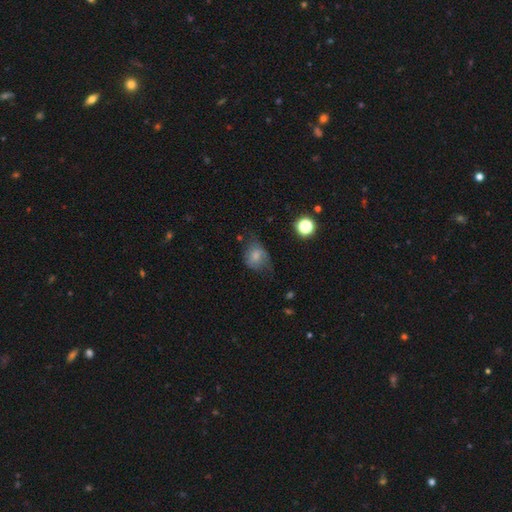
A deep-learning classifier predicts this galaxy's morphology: smooth_or_featured: smooth (p=0.67) [alt: featured or disk p=0.22]
how_rounded: in between (p=0.49) [tied with: round p=0.49]
merging: none (p=0.40) [alt: minor disturbance p=0.36]